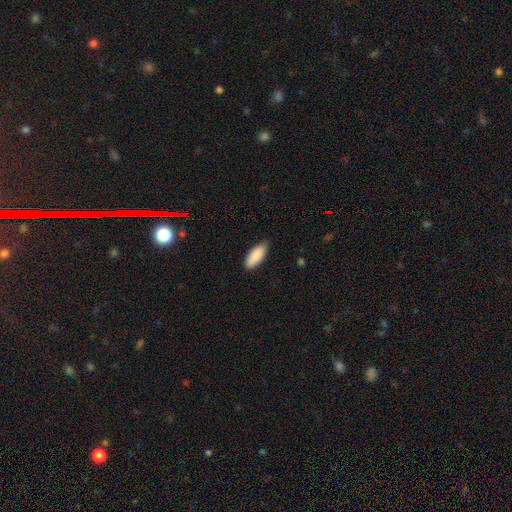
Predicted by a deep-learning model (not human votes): This appears to be a smooth galaxy with no disk features (89%) that is in between round and cigar-shaped (85%). Merging: none (75%).